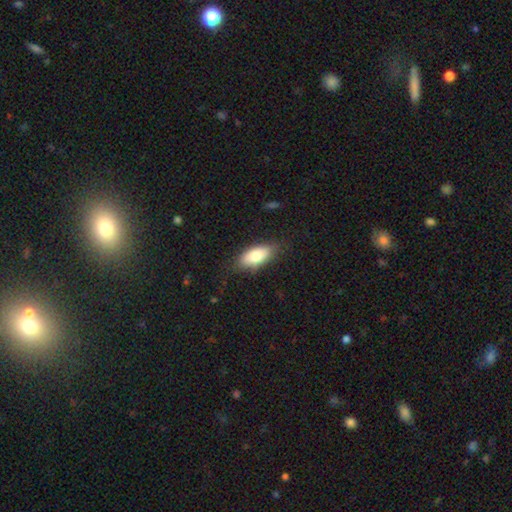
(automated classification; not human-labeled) Q: Smooth or featured?
A: smooth (79%); runner-up: featured or disk (15%)
Q: How rounded?
A: in between (86%); runner-up: cigar-shaped (11%)
Q: Merging?
A: none (79%); runner-up: minor disturbance (16%)